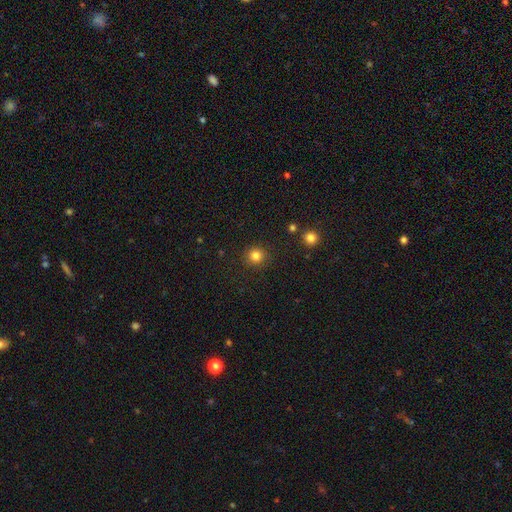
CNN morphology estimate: smooth-or-featured: smooth: 83% | star or artifact: 13% | featured or disk: 5%
  how-rounded: round: 93% | in between: 6% | cigar-shaped: 1%
  merging: none: 90% | minor disturbance: 6% | major disturbance: 2% | merger: 1%